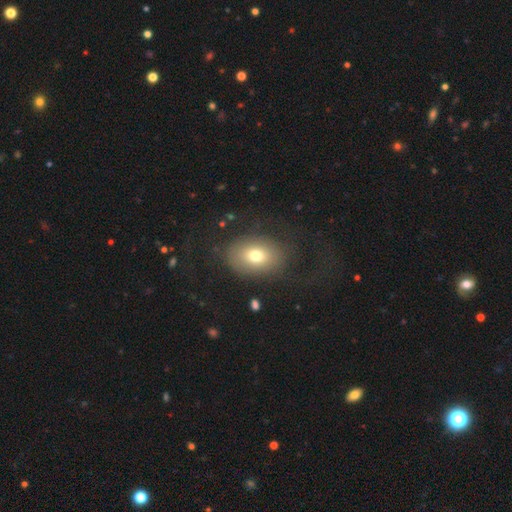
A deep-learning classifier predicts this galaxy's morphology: smooth_or_featured: smooth (p=0.72) [alt: featured or disk p=0.17]
how_rounded: in between (p=0.68) [alt: round p=0.31]
merging: none (p=0.71) [alt: minor disturbance p=0.14]